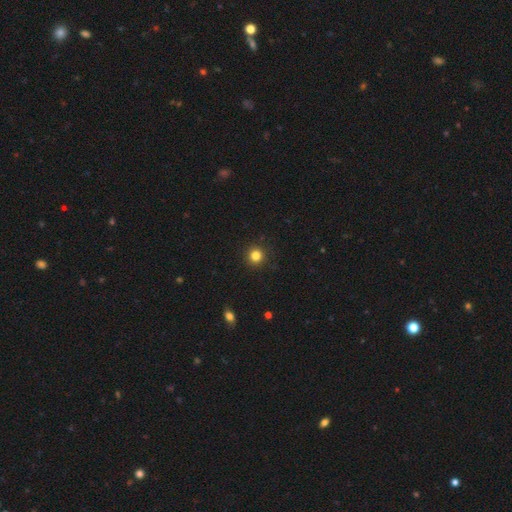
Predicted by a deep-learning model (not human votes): smooth_or_featured: smooth (p=0.83) [alt: star or artifact p=0.13]
how_rounded: round (p=0.95) [alt: in between p=0.04]
merging: none (p=0.93) [alt: minor disturbance p=0.05]